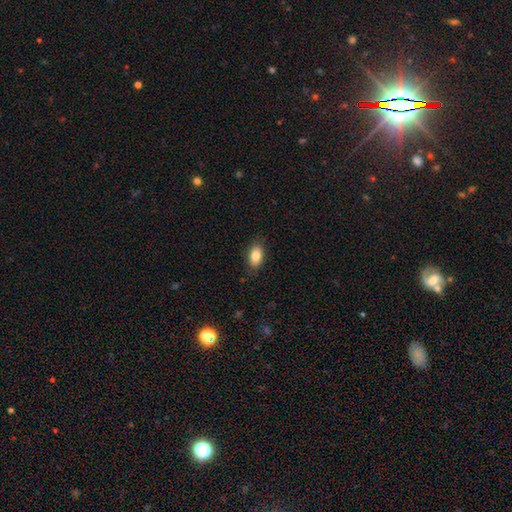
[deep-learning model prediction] This is clearly a smooth galaxy (85%). How rounded: clearly in between (91%). Merging: clearly none (84%).